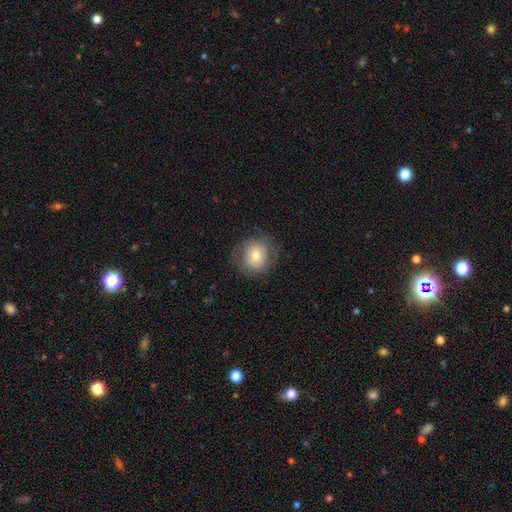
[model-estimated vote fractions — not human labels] The model was most divided on "smooth or featured": smooth: 61%, featured or disk: 30%, star or artifact: 9%. More confident: how rounded — round (82%); merging — none (77%).